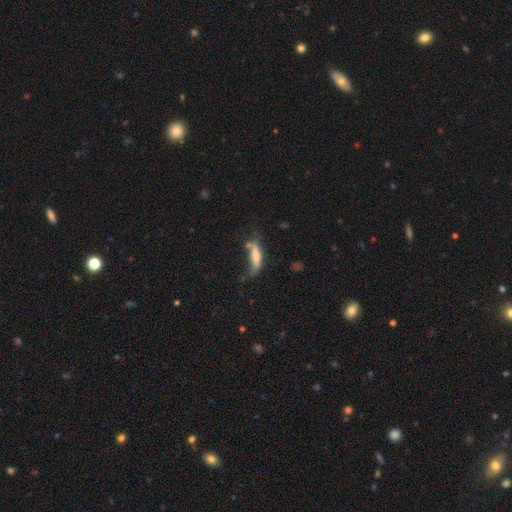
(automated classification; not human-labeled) Smooth or featured? Predicted: smooth (p=0.63). How rounded? Predicted: cigar-shaped (p=0.60). Merging? Predicted: none (p=0.32).